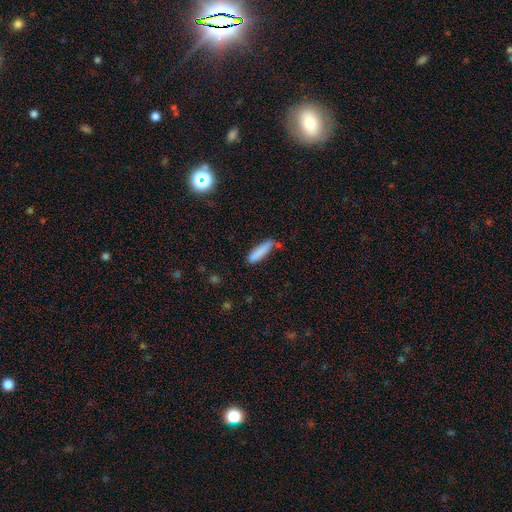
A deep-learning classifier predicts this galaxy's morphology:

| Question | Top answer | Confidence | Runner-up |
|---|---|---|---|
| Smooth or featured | smooth | 84% | featured or disk (9%) |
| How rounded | cigar-shaped | 78% | in between (21%) |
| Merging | none | 64% | minor disturbance (24%) |